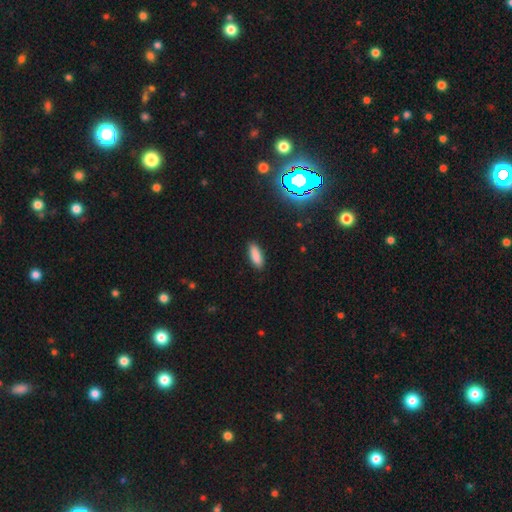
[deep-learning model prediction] This appears to be a smooth galaxy with no disk features (85%) that is in between round and cigar-shaped (67%). Merging: none (88%).